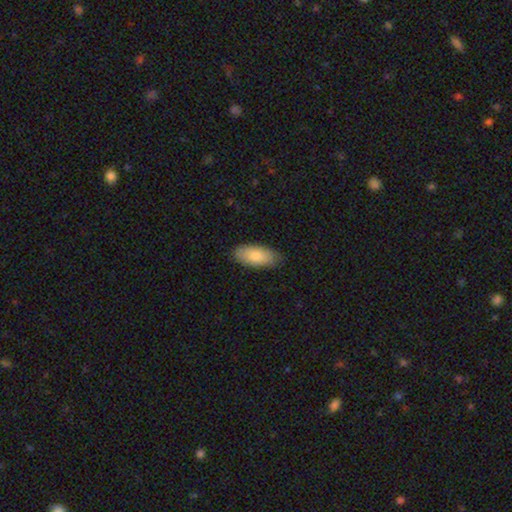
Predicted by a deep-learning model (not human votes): Smooth or featured?
  - smooth: 79% *
  - featured or disk: 15%
  - star or artifact: 6%
How rounded?
  - in between: 89% *
  - cigar-shaped: 9%
  - round: 2%
Merging?
  - none: 83% *
  - minor disturbance: 14%
  - major disturbance: 2%
  - merger: 1%